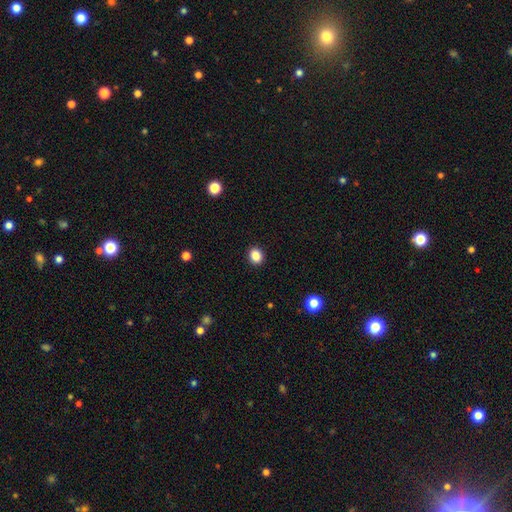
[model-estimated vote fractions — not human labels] A smooth galaxy with no disk features (87%) that is round (64%).

Vote fractions:
- Smooth or featured? smooth: 87% / star or artifact: 10% / featured or disk: 3%
- How rounded? round: 64% / in between: 35% / cigar-shaped: 1%
- Merging? none: 92% / minor disturbance: 5% / major disturbance: 2% / merger: 1%